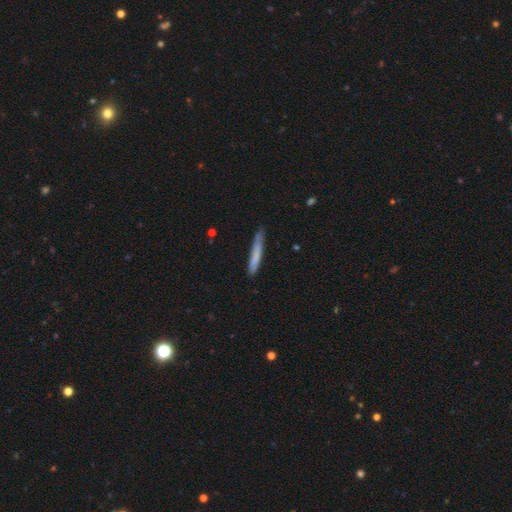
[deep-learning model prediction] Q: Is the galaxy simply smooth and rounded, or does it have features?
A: smooth — 73%.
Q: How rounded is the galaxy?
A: cigar-shaped — 95%.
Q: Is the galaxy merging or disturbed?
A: none — 77%.